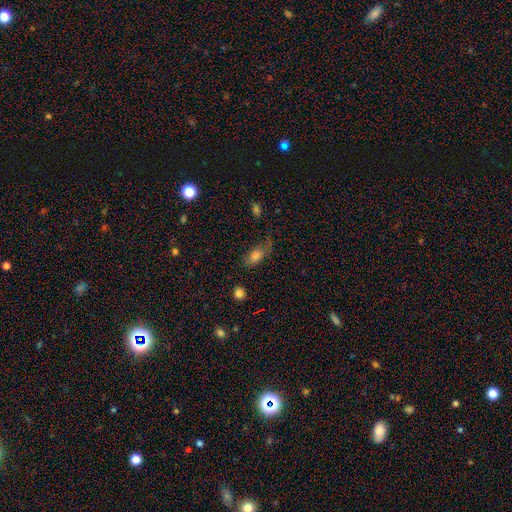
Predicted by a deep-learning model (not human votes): A smooth galaxy with no disk features (71%) that is in between round and cigar-shaped (78%).

Vote fractions:
- Smooth or featured? smooth: 71% / featured or disk: 17% / star or artifact: 12%
- How rounded? in between: 78% / cigar-shaped: 11% / round: 10%
- Merging? none: 52% / minor disturbance: 29% / major disturbance: 16% / merger: 3%